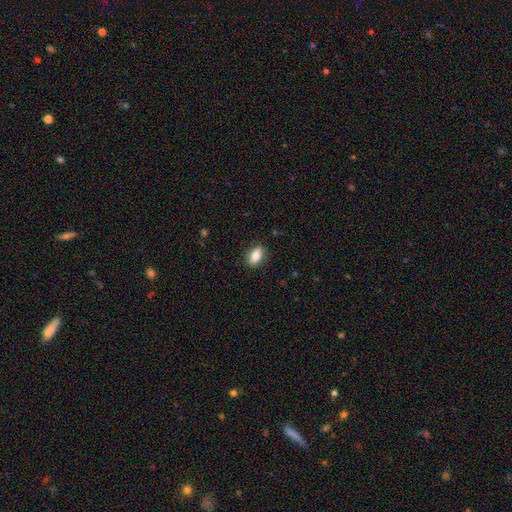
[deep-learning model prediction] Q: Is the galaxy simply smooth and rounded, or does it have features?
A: smooth — 79%.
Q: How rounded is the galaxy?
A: in between — 84%.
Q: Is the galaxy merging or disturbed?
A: none — 86%.